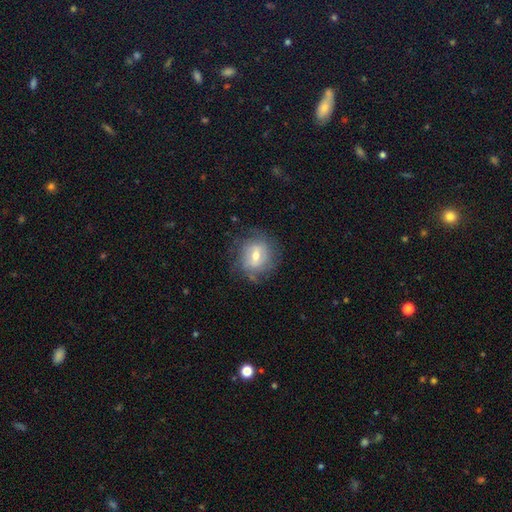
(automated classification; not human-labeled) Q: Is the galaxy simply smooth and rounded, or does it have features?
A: featured or disk — 52%.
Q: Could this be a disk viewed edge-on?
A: no — 94%.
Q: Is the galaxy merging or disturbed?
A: none — 67%.